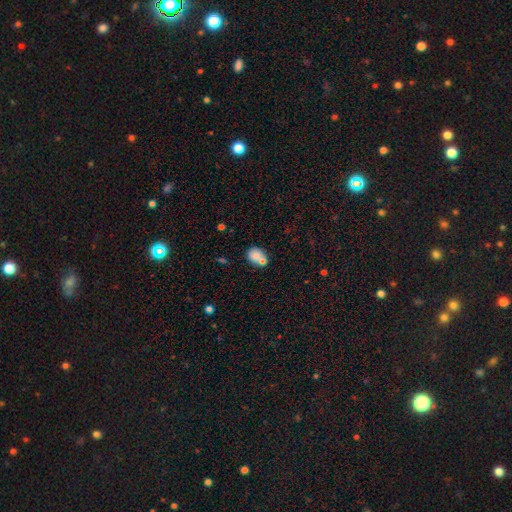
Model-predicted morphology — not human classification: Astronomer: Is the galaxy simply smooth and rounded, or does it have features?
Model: smooth — 78%.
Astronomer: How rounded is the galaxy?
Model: round — 57% (runner-up: in between, 42%).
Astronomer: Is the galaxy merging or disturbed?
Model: none — 48% (runner-up: merger, 35%).